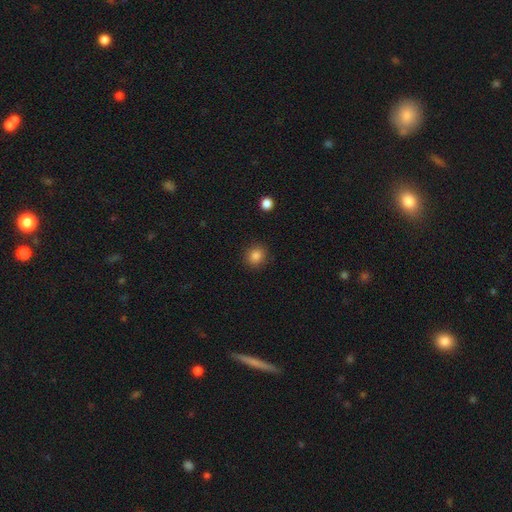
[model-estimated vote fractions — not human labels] A smooth galaxy with no disk features (84%) that is round (84%). Merging: none (90%).